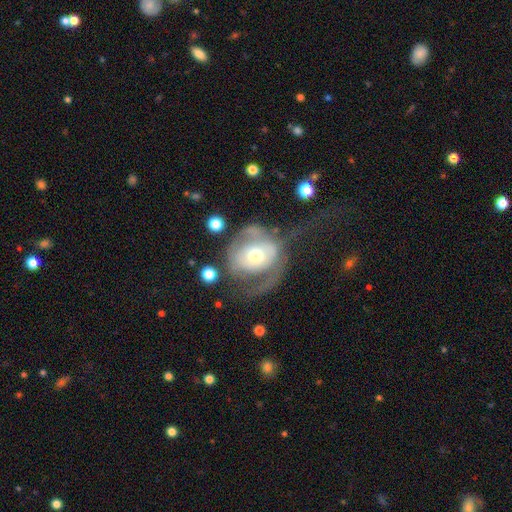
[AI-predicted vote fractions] Smooth or featured? featured or disk (59%)
Edge-on disk? no (96%)
Bar? no (72%)
Spiral arms? yes (54%)
Bulge size? moderate (60%)
Merging? major disturbance (52%)